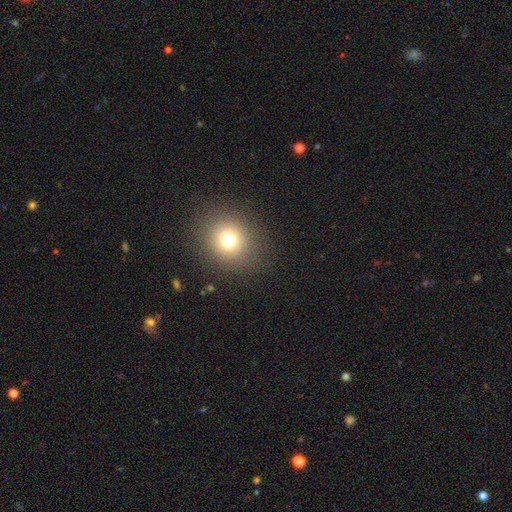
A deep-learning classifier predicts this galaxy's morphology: This is likely a smooth galaxy (70%). How rounded: clearly round (82%). Merging: clearly none (91%).